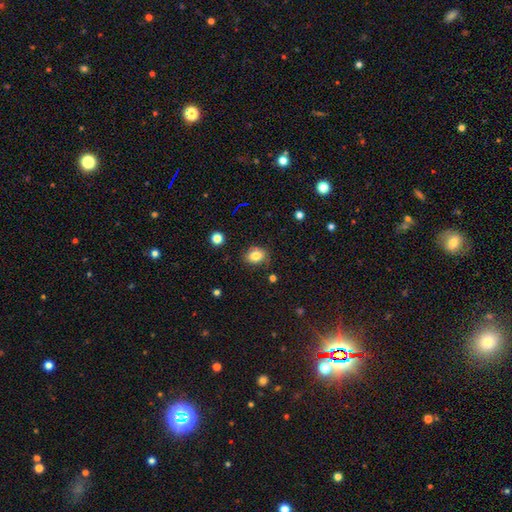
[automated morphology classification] The model was most divided on "how rounded": in between: 55%, round: 44%, cigar-shaped: 1%. More confident: smooth or featured — smooth (81%); merging — none (78%).